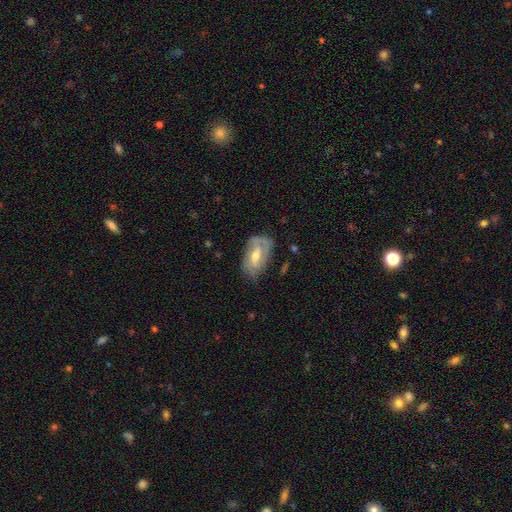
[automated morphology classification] Smooth or featured? featured or disk (64%)
Edge-on disk? no (93%)
Bar? weak (47%)
Spiral arms? yes (75%)
Bulge size? moderate (67%)
Merging? none (61%)